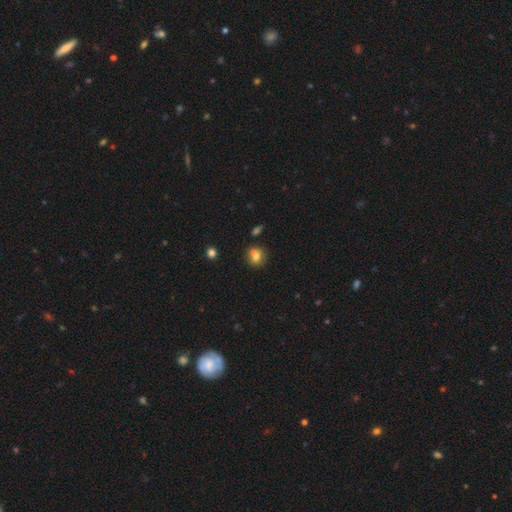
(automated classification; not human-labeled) Morphology: type=smooth (73%); roundness=round (79%); merging=none (57%).